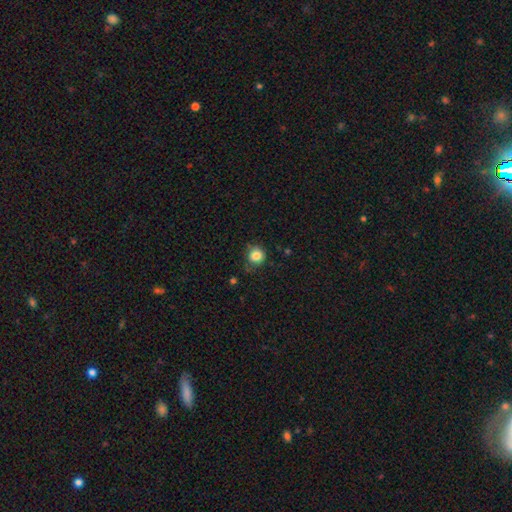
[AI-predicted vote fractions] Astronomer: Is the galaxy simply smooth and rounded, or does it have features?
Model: smooth — 84%.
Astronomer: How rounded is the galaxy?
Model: round — 88%.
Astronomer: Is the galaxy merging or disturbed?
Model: none — 71%.